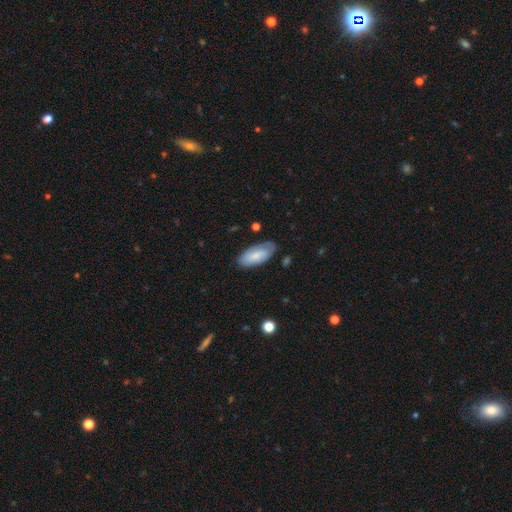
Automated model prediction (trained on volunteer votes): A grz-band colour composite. It shows a smooth galaxy with no disk features (71%) that is in between round and cigar-shaped (91%). Merging: none (72%).